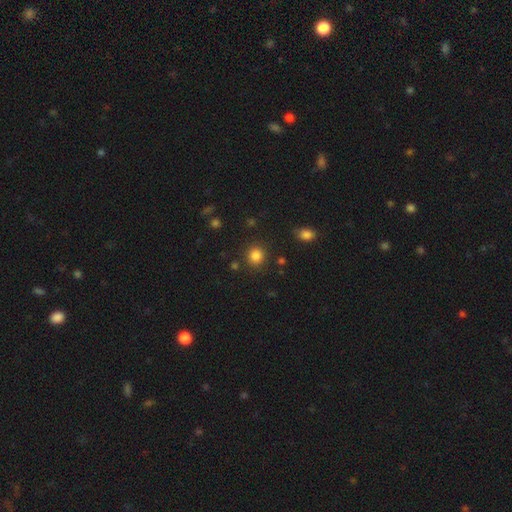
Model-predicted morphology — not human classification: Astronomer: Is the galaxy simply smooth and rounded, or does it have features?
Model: smooth — 84%.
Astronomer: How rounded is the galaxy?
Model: round — 87%.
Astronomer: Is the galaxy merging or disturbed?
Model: none — 87%.